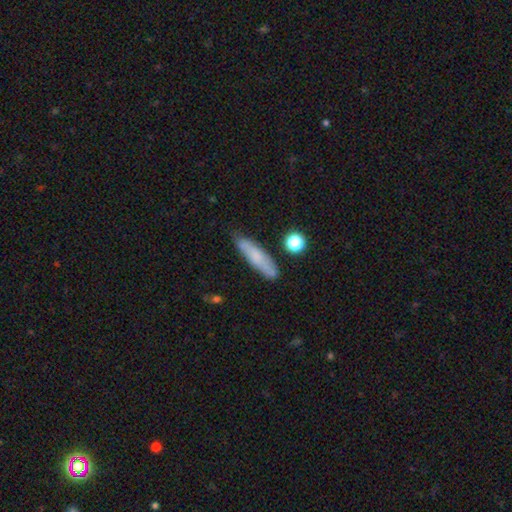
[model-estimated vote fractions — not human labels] The model was most divided on "smooth or featured": smooth: 67%, featured or disk: 24%, star or artifact: 8%. More confident: merging — none (78%); how rounded — cigar-shaped (76%).